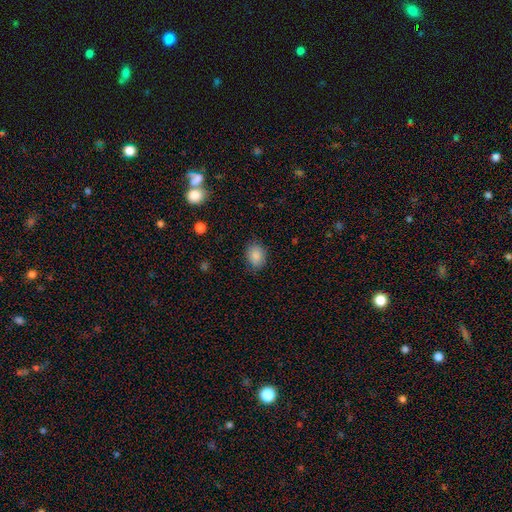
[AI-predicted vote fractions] smooth-or-featured: smooth: 87% | star or artifact: 8% | featured or disk: 5%
  how-rounded: in between: 65% | round: 34% | cigar-shaped: 1%
  merging: none: 82% | minor disturbance: 13% | major disturbance: 3% | merger: 1%